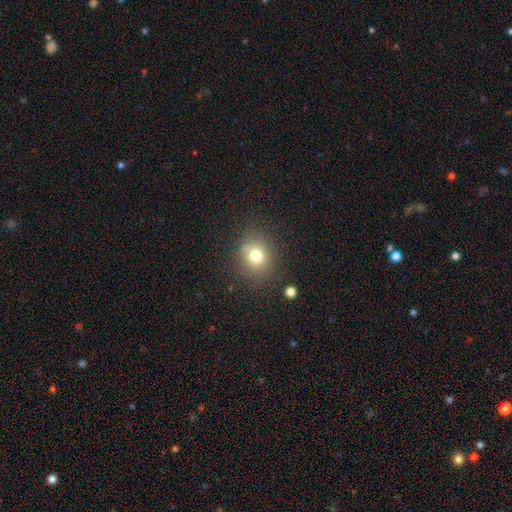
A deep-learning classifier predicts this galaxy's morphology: A smooth galaxy with no disk features (75%) that is round (77%).

Vote fractions:
- Smooth or featured? smooth: 75% / star or artifact: 15% / featured or disk: 10%
- How rounded? round: 77% / in between: 22% / cigar-shaped: 1%
- Merging? none: 79% / minor disturbance: 13% / major disturbance: 5% / merger: 3%